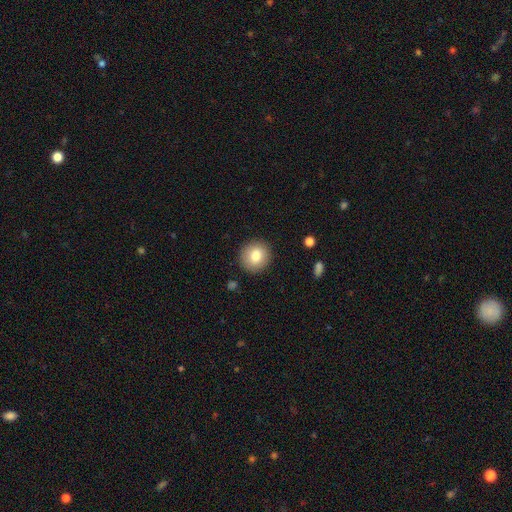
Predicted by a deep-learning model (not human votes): Smooth or featured? Predicted: smooth (p=0.81). How rounded? Predicted: round (p=0.89). Merging? Predicted: none (p=0.90).